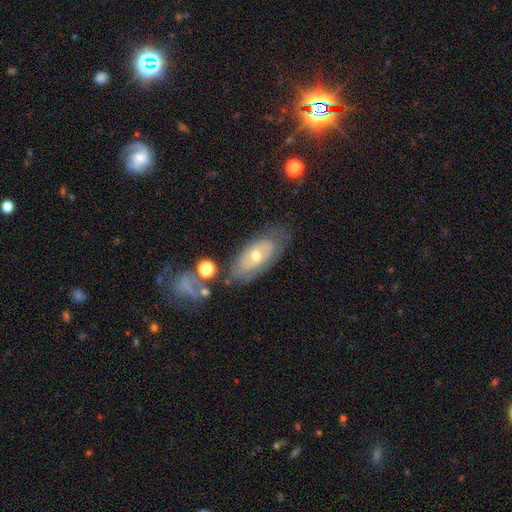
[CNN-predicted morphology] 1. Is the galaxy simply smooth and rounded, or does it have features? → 53% featured or disk, 38% smooth, 8% star or artifact.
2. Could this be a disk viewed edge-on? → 85% no, 15% yes.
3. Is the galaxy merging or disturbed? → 68% none, 19% minor disturbance, 8% major disturbance, 4% merger.